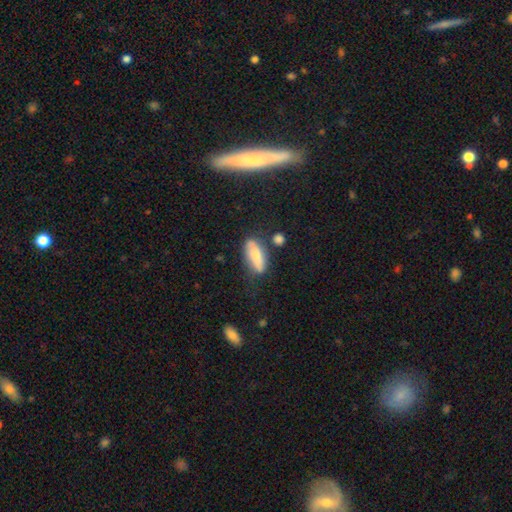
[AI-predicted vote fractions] Smooth or featured?
  - smooth: 66% *
  - featured or disk: 26%
  - star or artifact: 7%
How rounded?
  - in between: 68% *
  - cigar-shaped: 29%
  - round: 3%
Merging?
  - none: 58% *
  - minor disturbance: 24%
  - merger: 9%
  - major disturbance: 9%